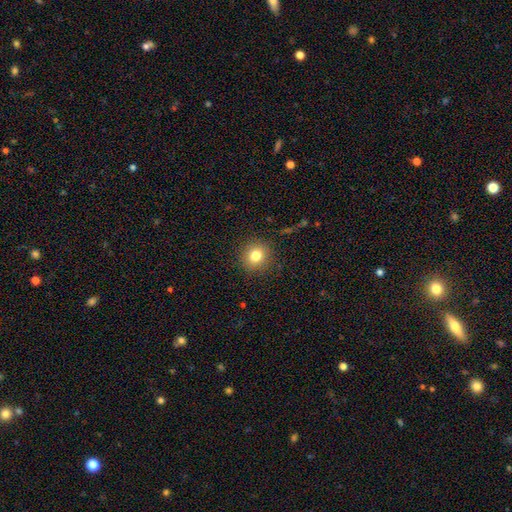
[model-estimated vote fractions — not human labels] Smooth or featured? smooth (80%)
How rounded? round (90%)
Merging? none (89%)